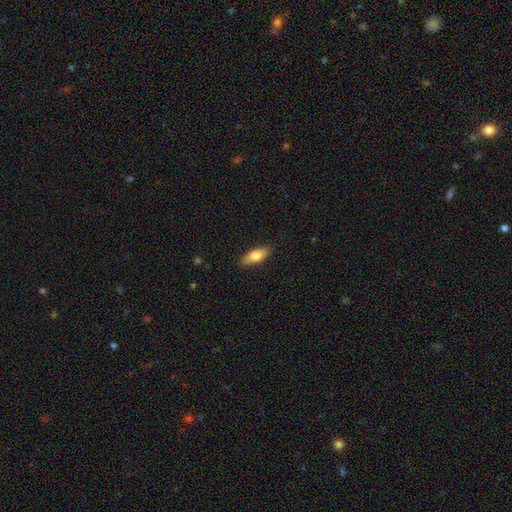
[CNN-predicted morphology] The model was most divided on "how rounded": in between: 71%, cigar-shaped: 26%, round: 3%. More confident: merging — none (85%); smooth or featured — smooth (76%).